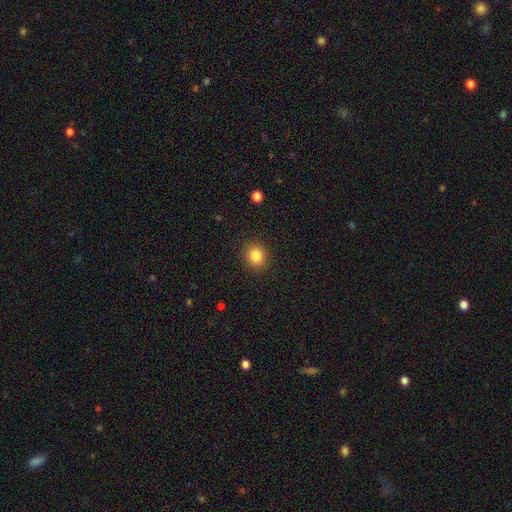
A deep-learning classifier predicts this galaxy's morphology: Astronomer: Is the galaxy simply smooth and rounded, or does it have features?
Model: smooth — 84%.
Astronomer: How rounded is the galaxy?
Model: round — 76%.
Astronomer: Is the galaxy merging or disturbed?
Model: none — 90%.